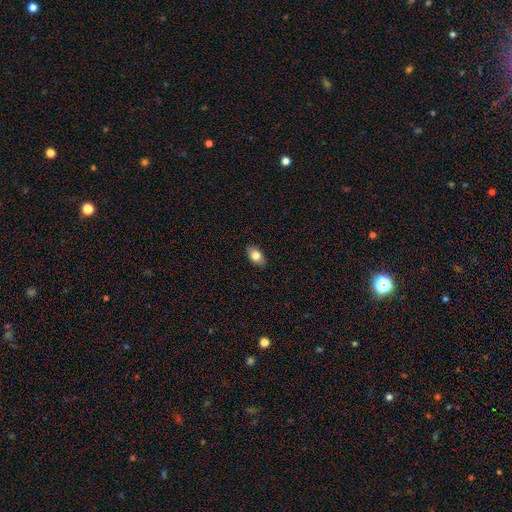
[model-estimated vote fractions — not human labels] A smooth galaxy with no disk features (80%) that is in between round and cigar-shaped (88%). Merging: none (87%).